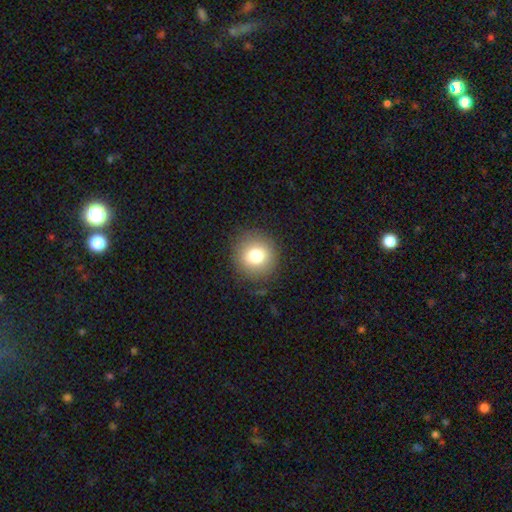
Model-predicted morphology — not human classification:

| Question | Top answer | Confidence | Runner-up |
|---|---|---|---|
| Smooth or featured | smooth | 78% | star or artifact (11%) |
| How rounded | round | 92% | in between (7%) |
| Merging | none | 88% | minor disturbance (8%) |